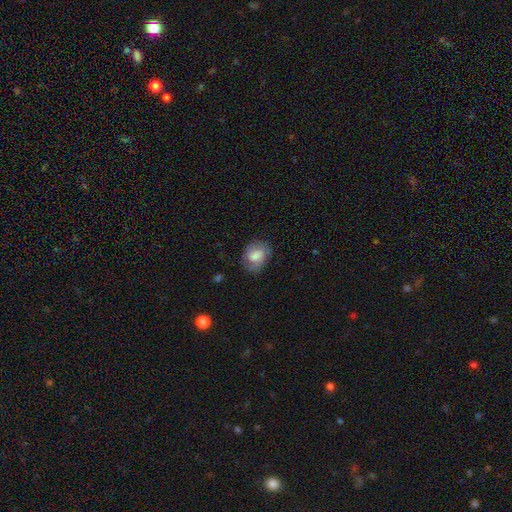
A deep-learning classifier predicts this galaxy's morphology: This appears to be a smooth galaxy with no disk features (60%) that is in between round and cigar-shaped (65%). Merging: none (67%).